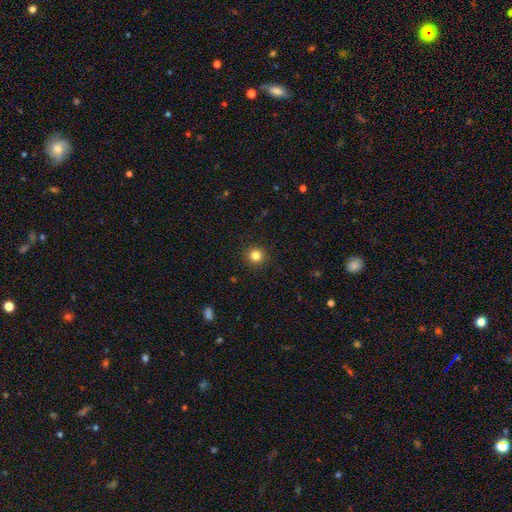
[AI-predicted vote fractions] A smooth galaxy with no disk features (83%) that is round (95%). Merging: none (93%).